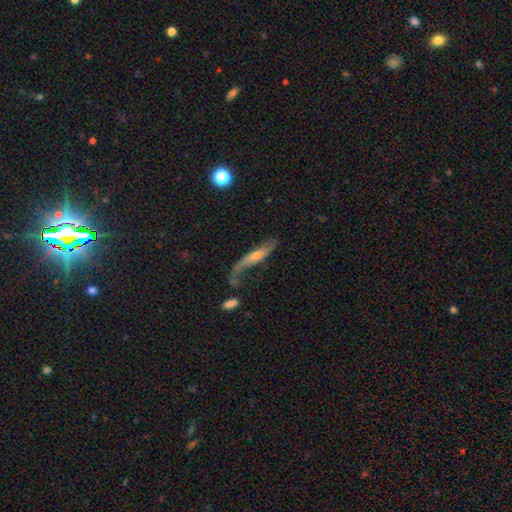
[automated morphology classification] featured or disk 60%, smooth 32%, star or artifact 8%. Down the decision tree: edge-on disk — no (56%); merging — none (35%).